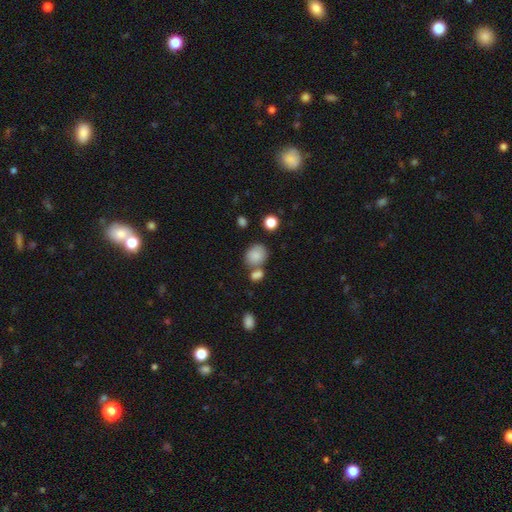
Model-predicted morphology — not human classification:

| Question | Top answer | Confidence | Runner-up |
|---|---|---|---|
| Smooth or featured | smooth | 85% | star or artifact (9%) |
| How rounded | round | 58% | in between (41%) |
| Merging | none | 53% | merger (29%) |